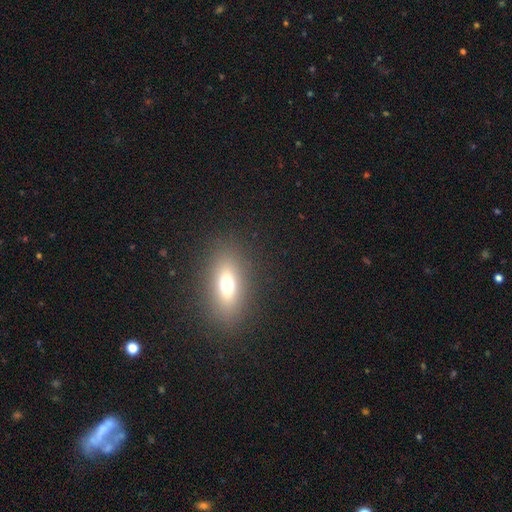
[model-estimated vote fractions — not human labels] Smooth or featured: smooth — 58% (featured or disk — 24%)
How rounded: in between — 70% (cigar-shaped — 21%)
Merging: none — 89% (minor disturbance — 7%)